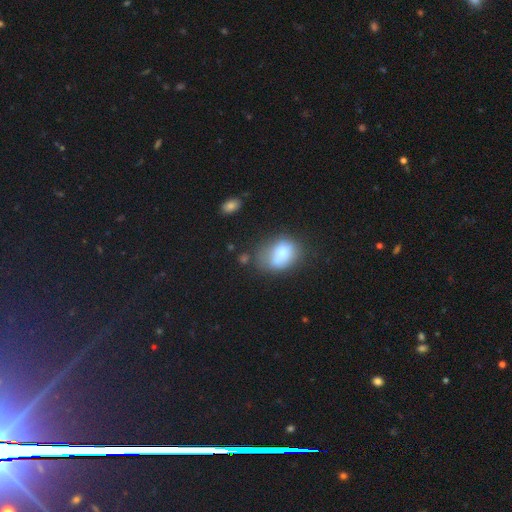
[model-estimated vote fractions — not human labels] A smooth galaxy with no disk features (71%) that is in between round and cigar-shaped (67%).

Vote fractions:
- Smooth or featured? smooth: 71% / star or artifact: 17% / featured or disk: 13%
- How rounded? in between: 67% / round: 31% / cigar-shaped: 2%
- Merging? none: 53% / minor disturbance: 28% / major disturbance: 10% / merger: 9%